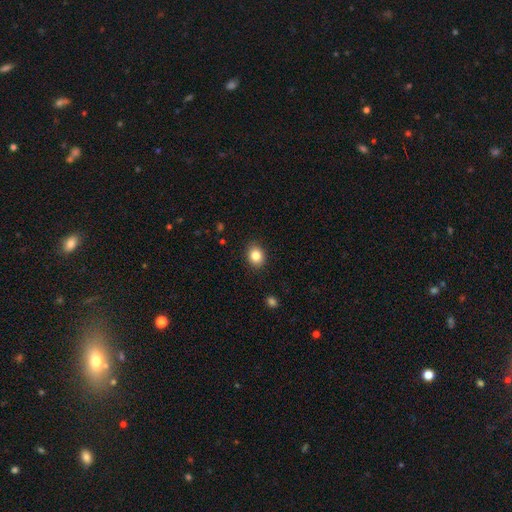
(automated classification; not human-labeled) Overall: smooth (84%). How rounded: round (57%; in between 42%). Merging: none (89%).